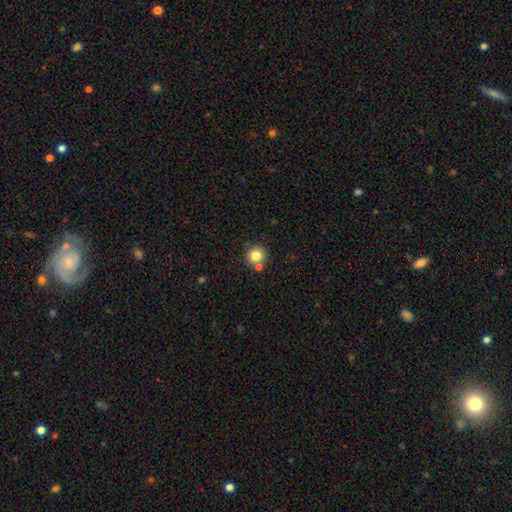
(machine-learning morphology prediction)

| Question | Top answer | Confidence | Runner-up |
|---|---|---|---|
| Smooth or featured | smooth | 82% | star or artifact (11%) |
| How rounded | round | 93% | in between (6%) |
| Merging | none | 71% | merger (17%) |